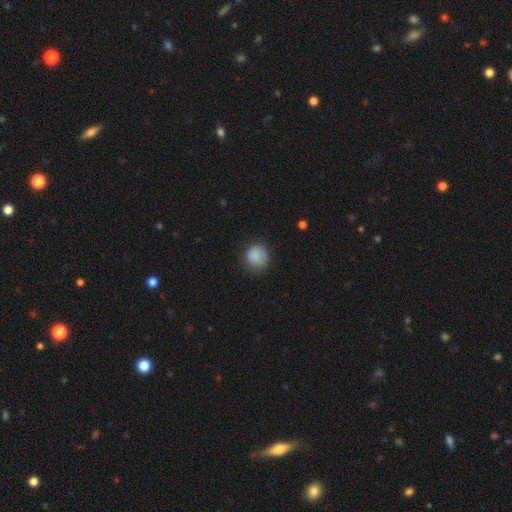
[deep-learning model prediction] Smooth or featured: smooth — 87% (star or artifact — 9%)
How rounded: round — 88% (in between — 11%)
Merging: none — 80% (minor disturbance — 15%)